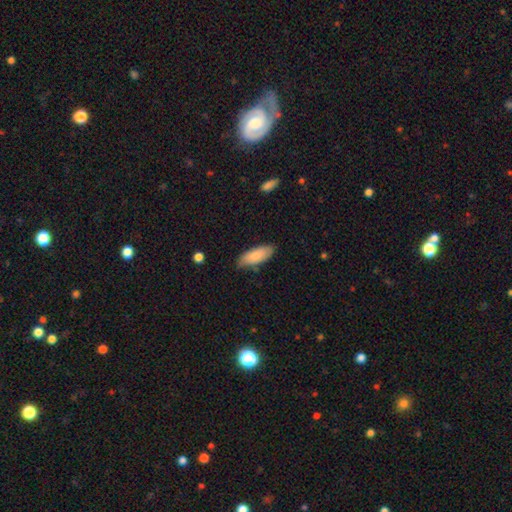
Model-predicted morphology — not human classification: Smooth or featured?
  - smooth: 84% *
  - featured or disk: 10%
  - star or artifact: 6%
How rounded?
  - in between: 79% *
  - cigar-shaped: 20%
  - round: 2%
Merging?
  - none: 77% *
  - minor disturbance: 18%
  - major disturbance: 3%
  - merger: 2%